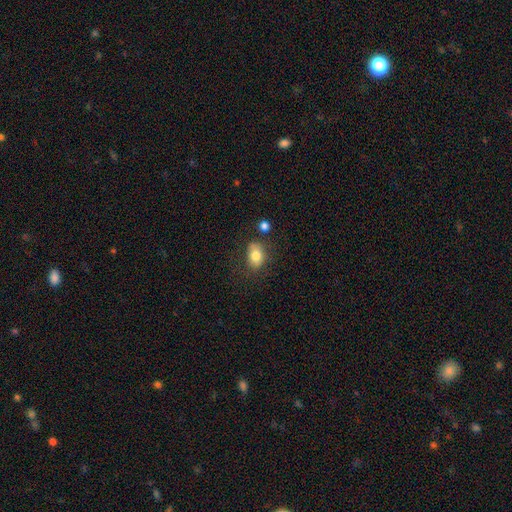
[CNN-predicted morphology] smooth 80%, featured or disk 11%, star or artifact 9%. Down the decision tree: how rounded — in between (75%); merging — none (66%).